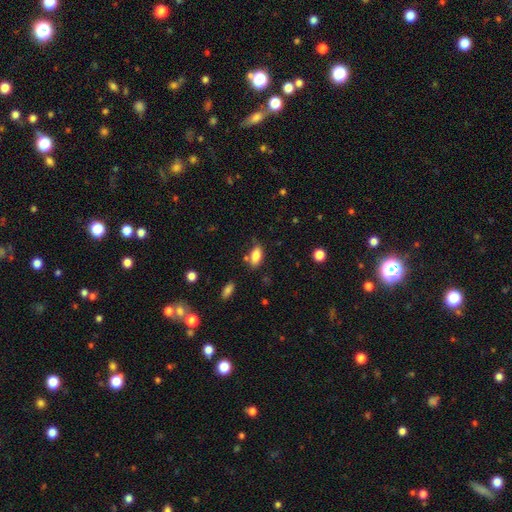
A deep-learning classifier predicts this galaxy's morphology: smooth-or-featured: smooth: 82% | featured or disk: 10% | star or artifact: 8%
  how-rounded: in between: 89% | cigar-shaped: 8% | round: 3%
  merging: none: 72% | minor disturbance: 18% | merger: 6% | major disturbance: 4%